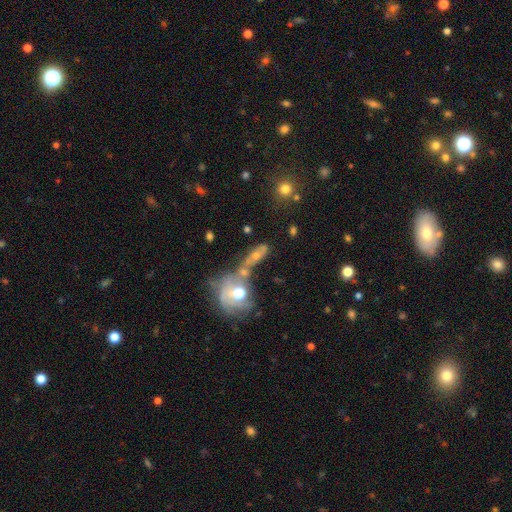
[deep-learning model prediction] Q: Smooth or featured?
A: smooth (42%); runner-up: featured or disk (41%)
Q: Merging?
A: merger (45%); runner-up: none (28%)